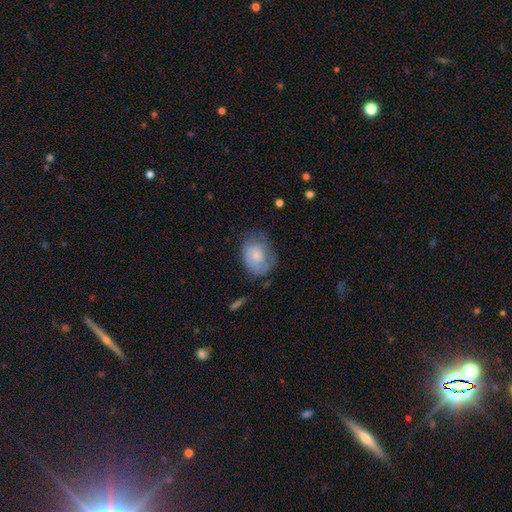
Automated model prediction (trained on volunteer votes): Overall: smooth (59%; featured or disk 34%). How rounded: in between (62%; round 37%). Merging: none (50%; minor disturbance 31%).